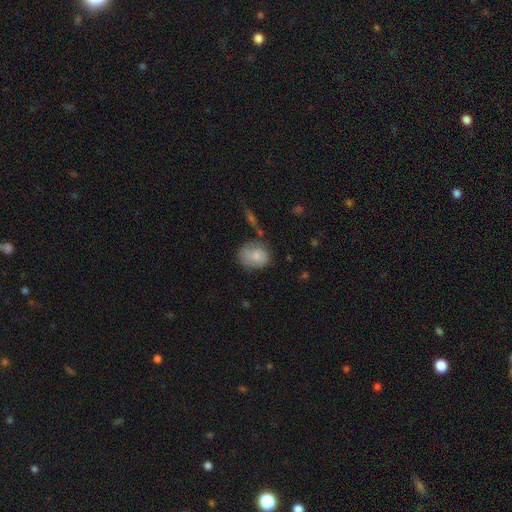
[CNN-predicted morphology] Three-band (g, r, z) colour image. It shows a smooth galaxy with no disk features (68%) that is round (51%). Merging: none (59%).